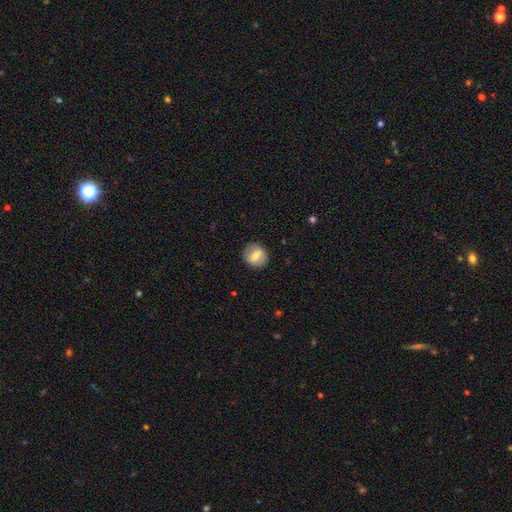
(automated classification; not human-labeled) A smooth galaxy with no disk features (55%) that is round (79%). Merging: none (86%).